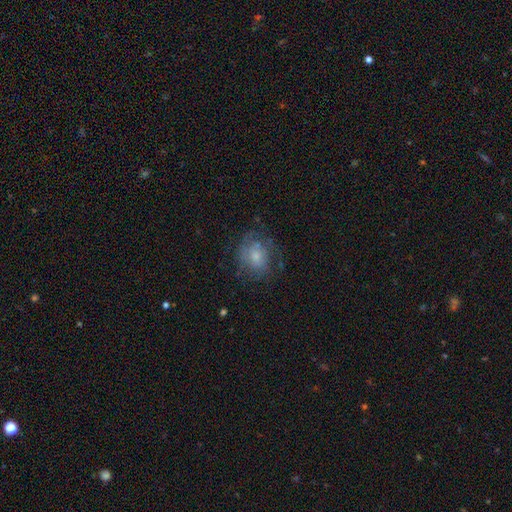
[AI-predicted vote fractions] This appears to be a smooth galaxy with no disk features (45%). Merging: none (61%).